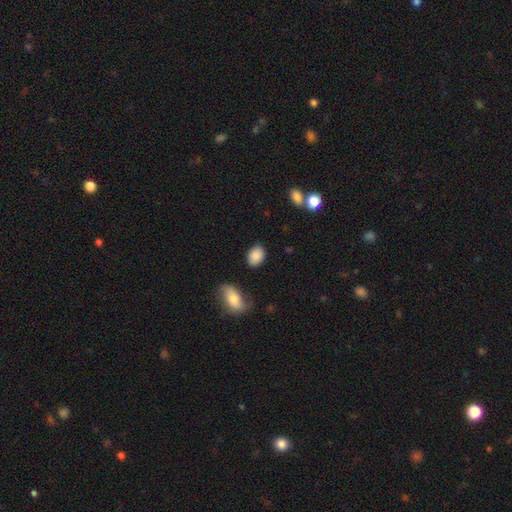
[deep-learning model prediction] This is clearly a smooth galaxy (87%). How rounded: likely in between (76%). Merging: clearly none (82%).